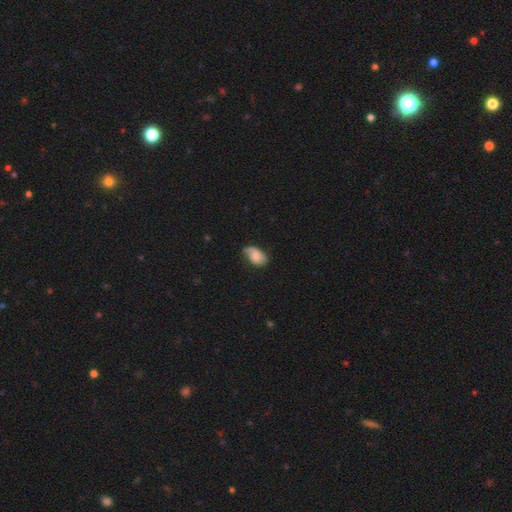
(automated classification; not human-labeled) A smooth galaxy with no disk features (54%) that is in between round and cigar-shaped (88%). Merging: none (48%).